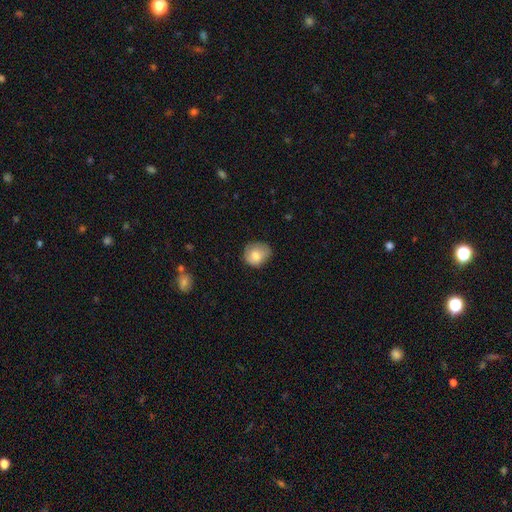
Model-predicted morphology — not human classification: type=smooth (76%); roundness=round (69%); merging=none (60%).